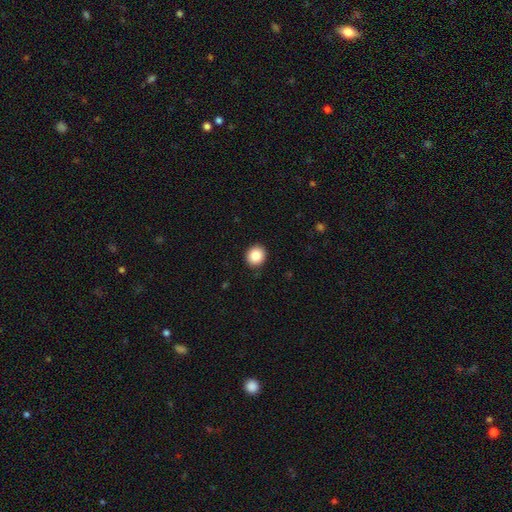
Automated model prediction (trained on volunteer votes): The model was most divided on "how rounded": round: 85%, in between: 14%, cigar-shaped: 1%. More confident: merging — none (92%); smooth or featured — smooth (86%).